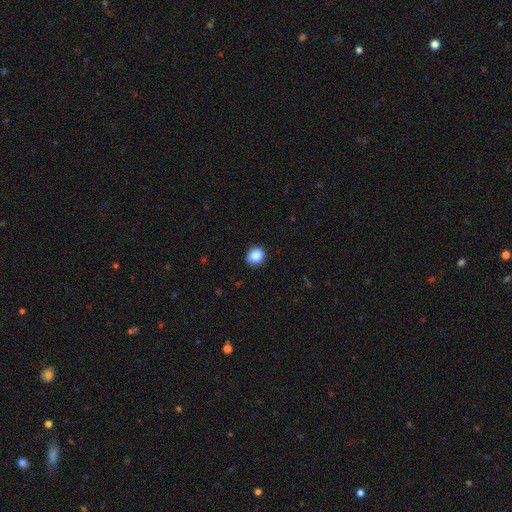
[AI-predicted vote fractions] smooth_or_featured: smooth (p=0.87) [alt: star or artifact p=0.09]
how_rounded: round (p=0.74) [alt: in between p=0.25]
merging: none (p=0.88) [alt: minor disturbance p=0.09]